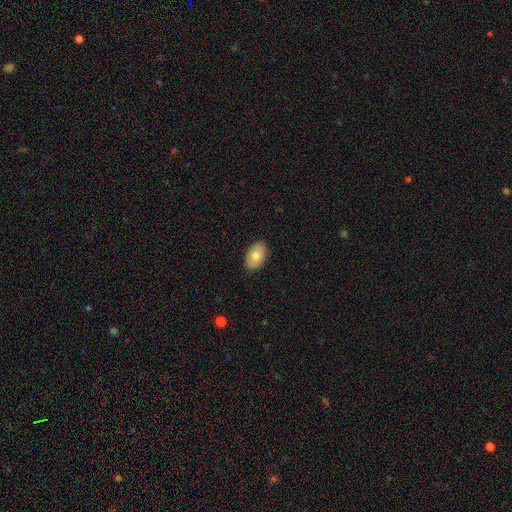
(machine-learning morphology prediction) Smooth or featured: smooth — 75% (featured or disk — 18%)
How rounded: in between — 90% (round — 9%)
Merging: none — 87% (minor disturbance — 10%)